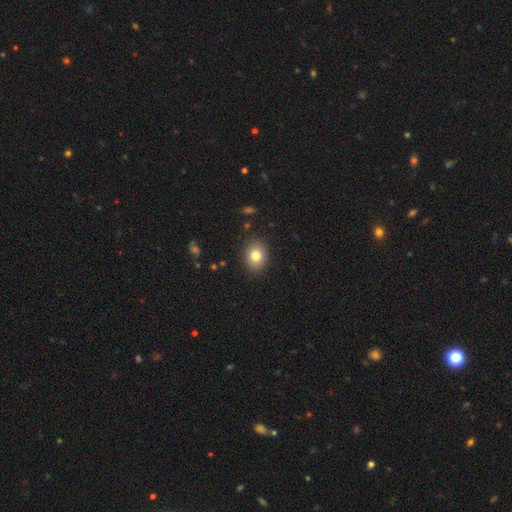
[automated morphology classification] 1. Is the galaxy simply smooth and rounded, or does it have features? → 82% smooth, 10% star or artifact, 9% featured or disk.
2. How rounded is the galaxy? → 55% in between, 44% round, 1% cigar-shaped.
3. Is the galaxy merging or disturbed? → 89% none, 8% minor disturbance, 2% major disturbance, 1% merger.